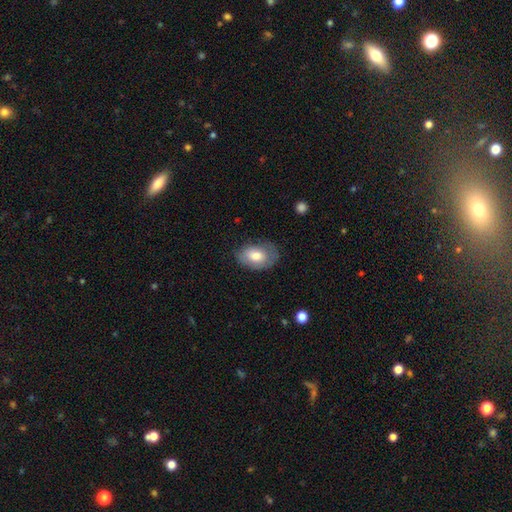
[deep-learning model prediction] Smooth or featured?
  - smooth: 73% *
  - featured or disk: 20%
  - star or artifact: 7%
How rounded?
  - in between: 87% *
  - round: 12%
  - cigar-shaped: 1%
Merging?
  - none: 65% *
  - minor disturbance: 26%
  - major disturbance: 8%
  - merger: 1%